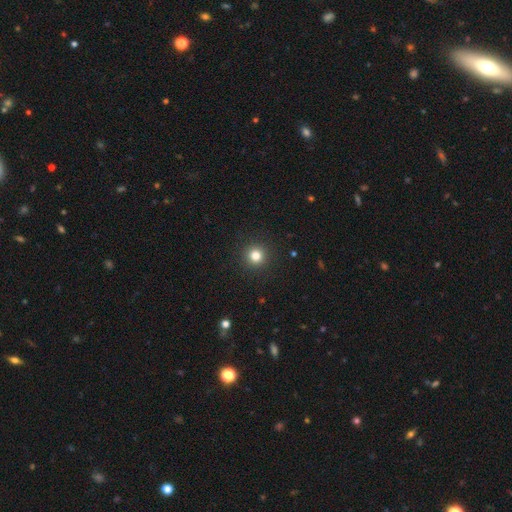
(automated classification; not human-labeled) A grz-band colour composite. It shows a smooth galaxy with no disk features (81%) that is round (95%). Merging: none (93%).